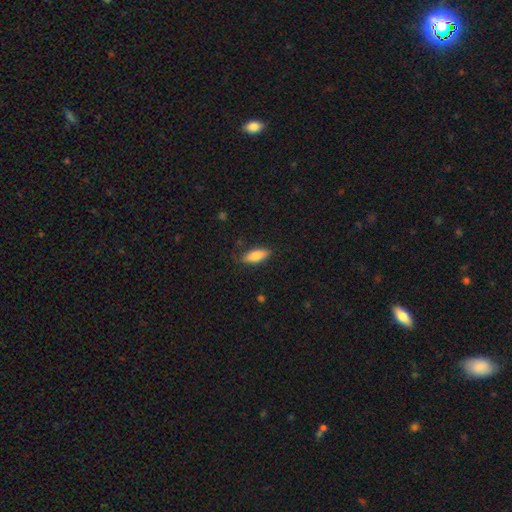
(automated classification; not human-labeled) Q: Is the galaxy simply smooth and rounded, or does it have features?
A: smooth — 83%.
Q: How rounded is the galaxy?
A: in between — 72%.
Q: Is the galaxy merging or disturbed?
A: none — 79%.